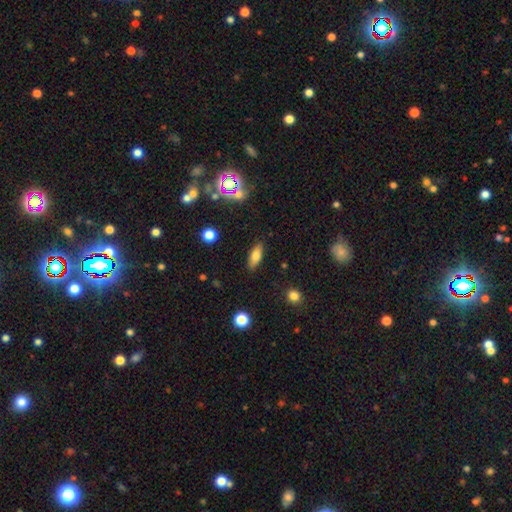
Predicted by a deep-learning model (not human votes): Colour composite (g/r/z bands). It shows a smooth galaxy with no disk features (73%) that is in between round and cigar-shaped (75%). Merging: none (86%).